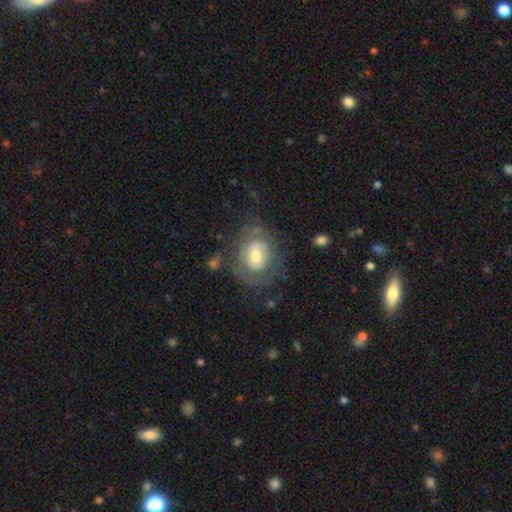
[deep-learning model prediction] smooth-or-featured: featured or disk: 48% | smooth: 45% | star or artifact: 7%
  merging: none: 63% | minor disturbance: 20% | major disturbance: 15% | merger: 3%